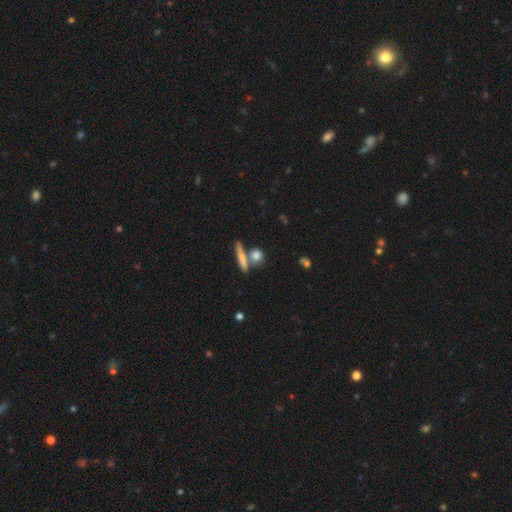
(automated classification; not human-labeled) Smooth or featured? smooth (75%)
How rounded? round (51%)
Merging? none (61%)